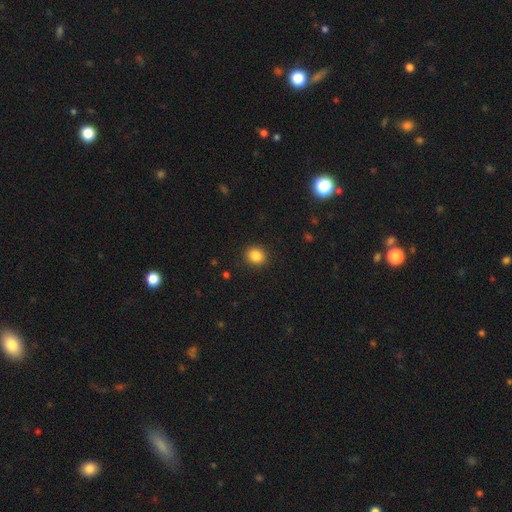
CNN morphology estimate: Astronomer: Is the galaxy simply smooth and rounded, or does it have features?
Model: smooth — 85%.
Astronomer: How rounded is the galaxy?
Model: round — 82%.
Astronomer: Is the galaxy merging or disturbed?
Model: none — 91%.